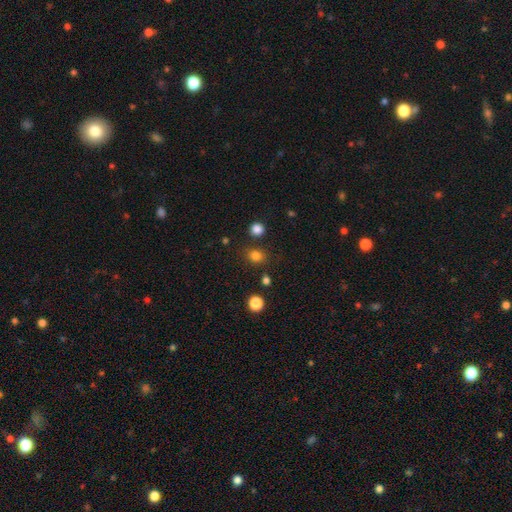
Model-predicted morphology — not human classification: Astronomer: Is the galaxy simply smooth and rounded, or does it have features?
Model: smooth — 81%.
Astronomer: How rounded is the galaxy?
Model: round — 70%.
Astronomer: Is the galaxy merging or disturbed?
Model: none — 80%.